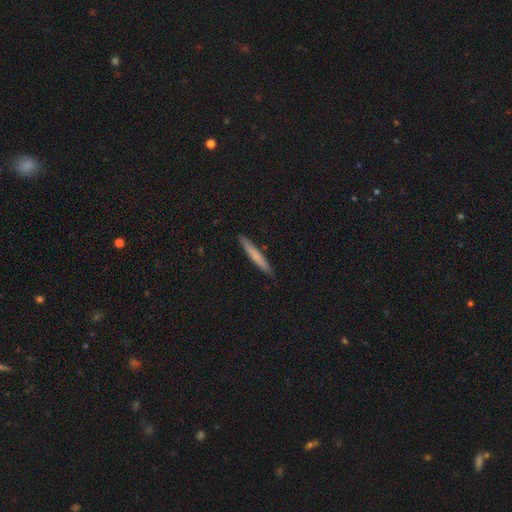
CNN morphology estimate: Smooth or featured?
  - smooth: 69% *
  - featured or disk: 25%
  - star or artifact: 6%
How rounded?
  - cigar-shaped: 96% *
  - in between: 3%
  - round: 1%
Merging?
  - none: 90% *
  - minor disturbance: 7%
  - major disturbance: 1%
  - merger: 1%